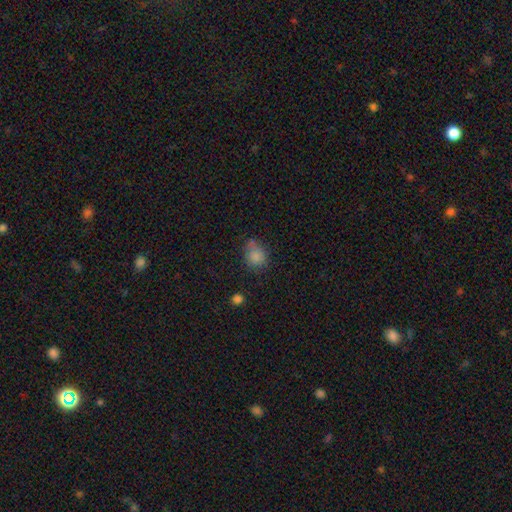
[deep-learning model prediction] smooth_or_featured: smooth (p=0.81) [alt: star or artifact p=0.12]
how_rounded: round (p=0.59) [alt: in between p=0.40]
merging: none (p=0.55) [alt: minor disturbance p=0.28]